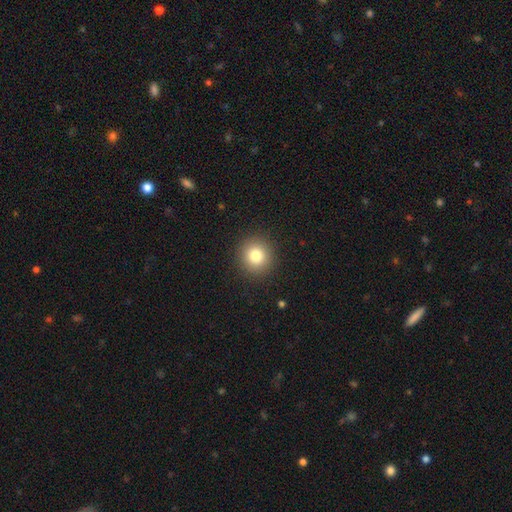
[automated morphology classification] Q: Smooth or featured?
A: smooth (81%); runner-up: star or artifact (11%)
Q: How rounded?
A: round (92%); runner-up: in between (7%)
Q: Merging?
A: none (91%); runner-up: minor disturbance (5%)